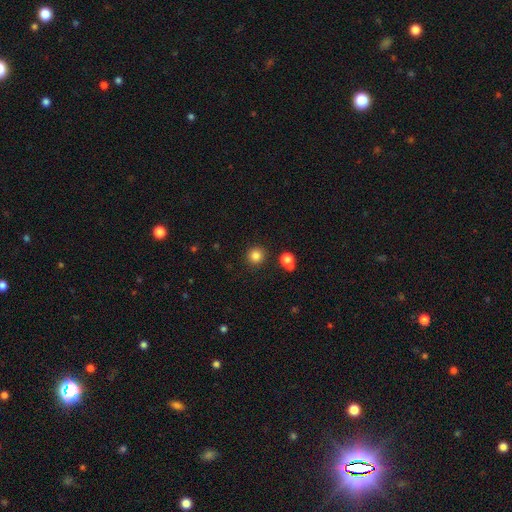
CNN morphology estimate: Smooth or featured?
  - smooth: 83% *
  - star or artifact: 12%
  - featured or disk: 5%
How rounded?
  - round: 94% *
  - in between: 5%
  - cigar-shaped: 1%
Merging?
  - none: 88% *
  - minor disturbance: 6%
  - merger: 4%
  - major disturbance: 2%